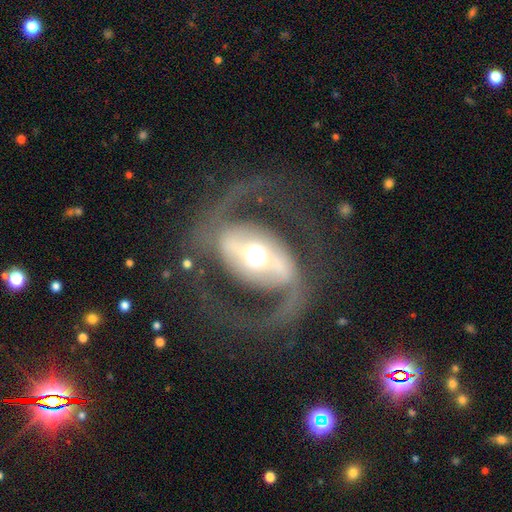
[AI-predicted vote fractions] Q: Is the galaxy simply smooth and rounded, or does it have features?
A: featured or disk — 80%.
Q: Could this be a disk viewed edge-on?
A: no — 90%.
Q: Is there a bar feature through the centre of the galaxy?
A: strong — 52%.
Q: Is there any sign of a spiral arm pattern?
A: yes — 66%.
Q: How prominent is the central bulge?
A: moderate — 56%.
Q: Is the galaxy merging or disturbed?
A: none — 61%.